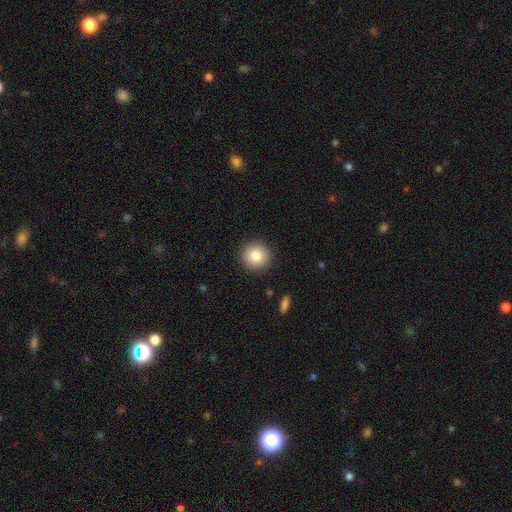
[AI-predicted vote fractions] Smooth or featured? smooth (83%)
How rounded? round (92%)
Merging? none (91%)